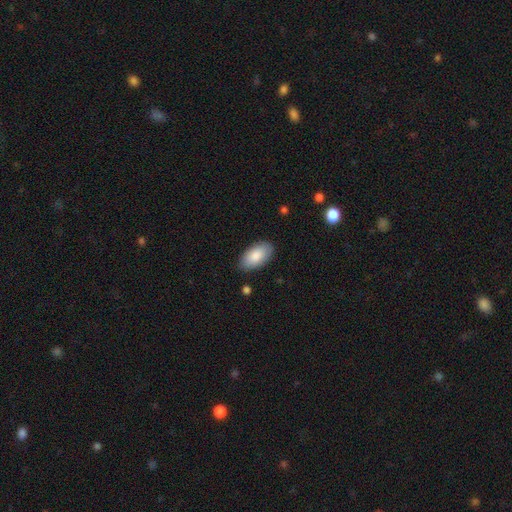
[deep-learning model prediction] Morphology: type=smooth (86%); roundness=in between (96%); merging=none (85%).